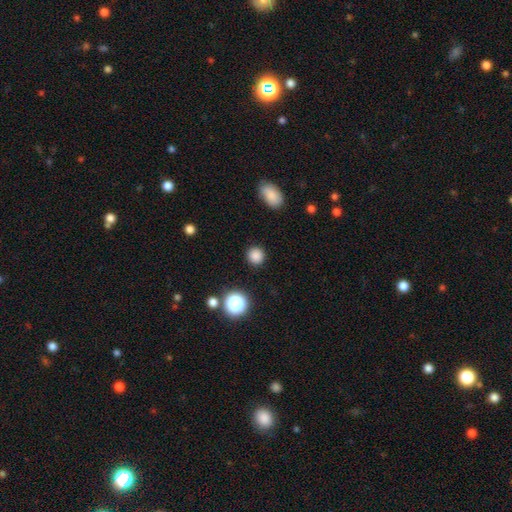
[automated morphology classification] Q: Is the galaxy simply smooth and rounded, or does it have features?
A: smooth — 84%.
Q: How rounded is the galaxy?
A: round — 92%.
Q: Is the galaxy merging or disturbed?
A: none — 89%.